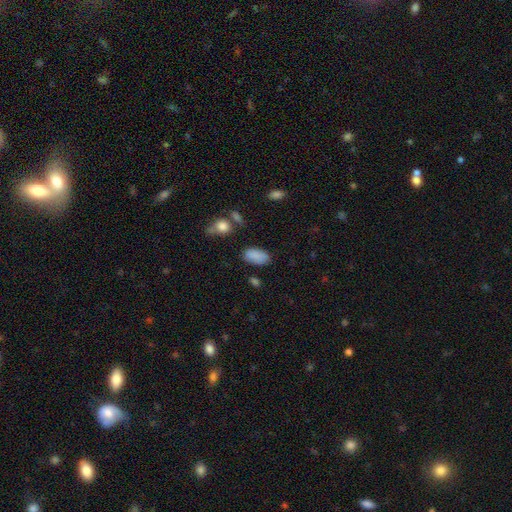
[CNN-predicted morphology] type=smooth (86%); roundness=in between (93%); merging=none (75%).